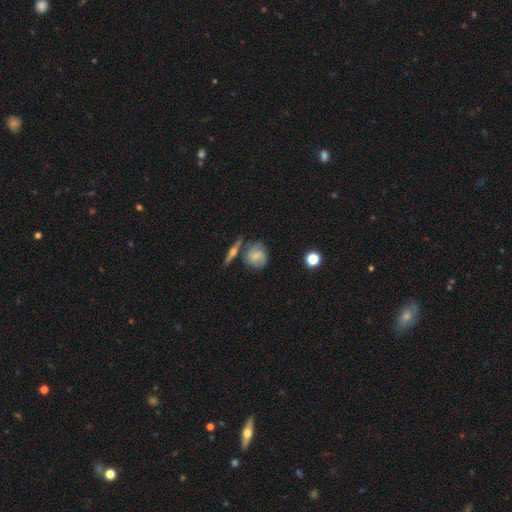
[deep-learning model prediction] Morphology: type=featured or disk (56%); edge-on=no (90%); merging=none (61%).